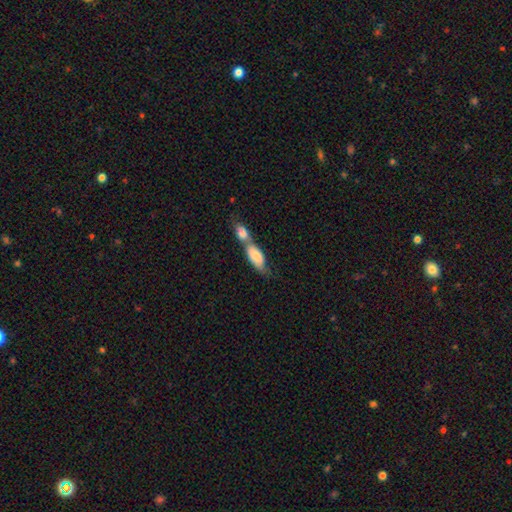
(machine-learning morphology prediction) Q: Smooth or featured?
A: smooth (76%); runner-up: featured or disk (18%)
Q: How rounded?
A: in between (80%); runner-up: cigar-shaped (16%)
Q: Merging?
A: merger (71%); runner-up: none (17%)